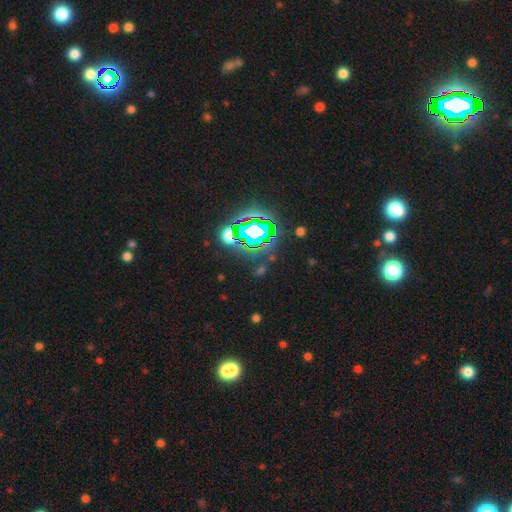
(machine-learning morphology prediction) The model was most divided on "smooth or featured": star or artifact: 81%, smooth: 12%, featured or disk: 7%.